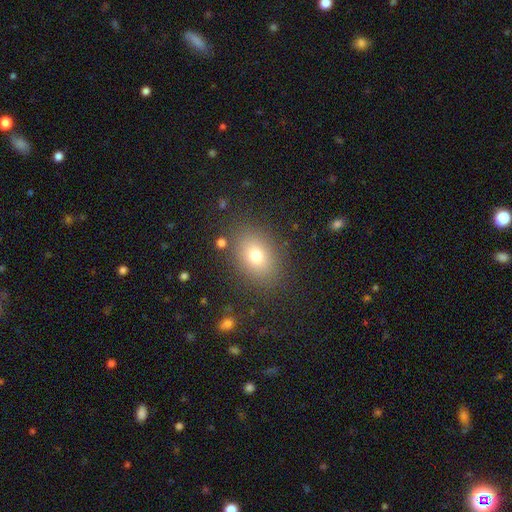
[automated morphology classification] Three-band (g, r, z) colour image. It shows a smooth galaxy with no disk features (74%) that is in between round and cigar-shaped (74%). Merging: none (84%).